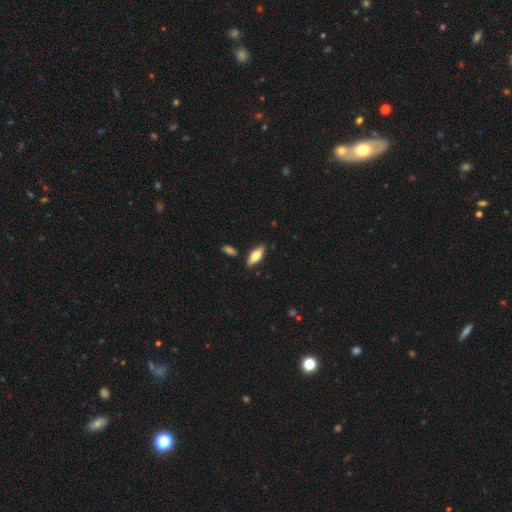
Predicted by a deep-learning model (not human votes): Smooth or featured: smooth — 66% (featured or disk — 28%)
How rounded: in between — 69% (cigar-shaped — 29%)
Merging: none — 85% (minor disturbance — 10%)